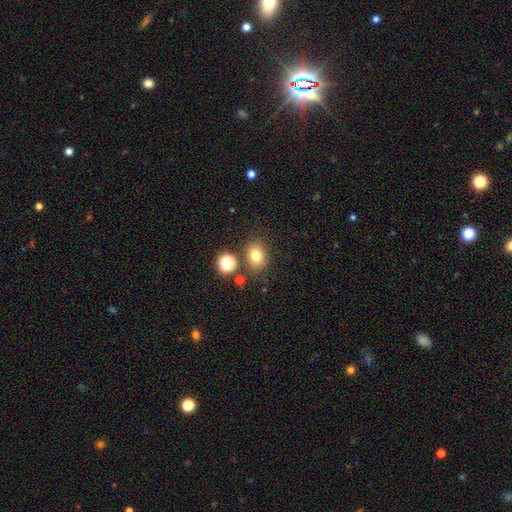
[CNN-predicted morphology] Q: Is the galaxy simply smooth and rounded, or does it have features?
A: smooth — 76%.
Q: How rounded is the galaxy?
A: in between — 51%.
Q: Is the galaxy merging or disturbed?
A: none — 79%.